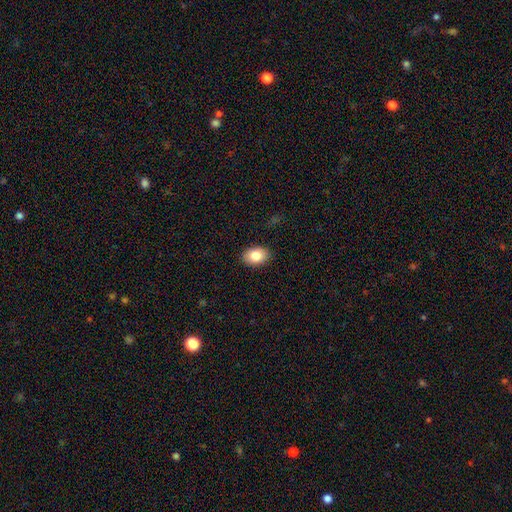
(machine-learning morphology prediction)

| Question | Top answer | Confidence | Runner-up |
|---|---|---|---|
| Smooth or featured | smooth | 84% | featured or disk (8%) |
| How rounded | in between | 83% | round (16%) |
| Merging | none | 90% | minor disturbance (7%) |